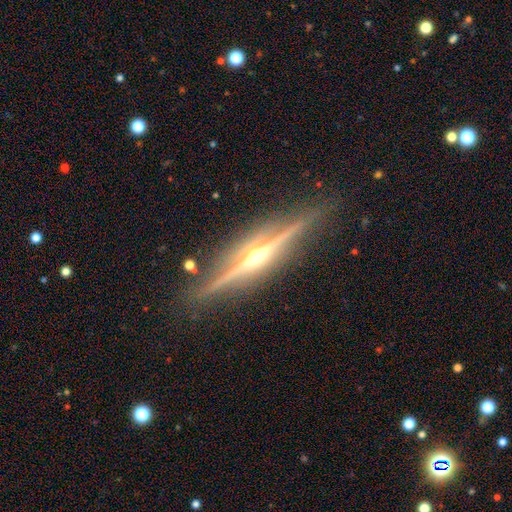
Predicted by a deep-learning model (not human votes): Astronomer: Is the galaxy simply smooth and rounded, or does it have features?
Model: featured or disk — 87%.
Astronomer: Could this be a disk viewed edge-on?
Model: yes — 97%.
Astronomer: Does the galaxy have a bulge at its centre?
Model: rounded — 92%.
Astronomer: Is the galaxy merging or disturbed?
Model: none — 87%.